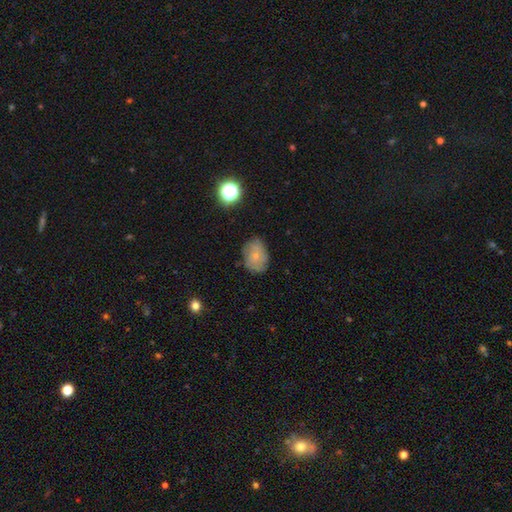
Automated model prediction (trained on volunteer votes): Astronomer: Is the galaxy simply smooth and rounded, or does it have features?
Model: smooth — 57%.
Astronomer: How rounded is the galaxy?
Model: in between — 66%.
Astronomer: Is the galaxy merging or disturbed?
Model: none — 74%.